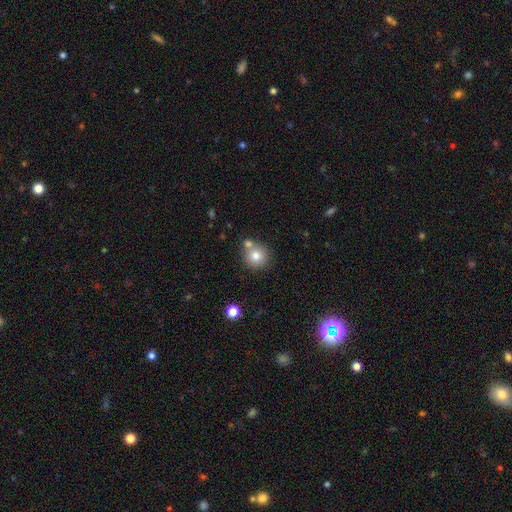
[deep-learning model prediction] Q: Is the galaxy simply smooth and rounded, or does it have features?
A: smooth — 78%.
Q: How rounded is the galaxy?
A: round — 90%.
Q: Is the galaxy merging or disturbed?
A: none — 62%.